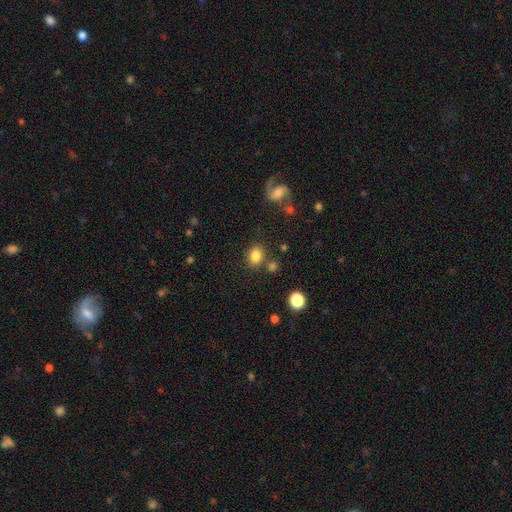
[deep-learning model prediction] The model was most divided on "how rounded": in between: 58%, round: 41%, cigar-shaped: 1%. More confident: smooth or featured — smooth (82%); merging — none (75%).